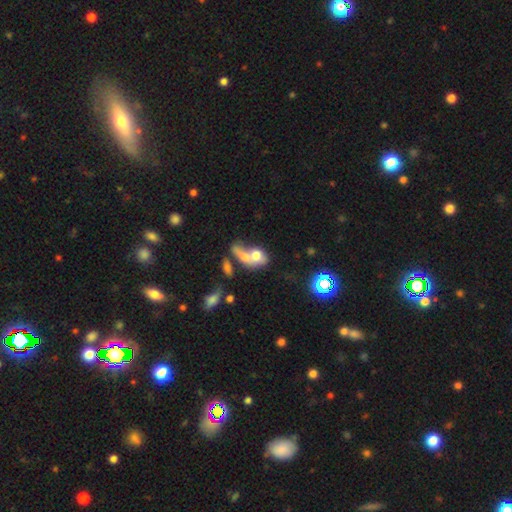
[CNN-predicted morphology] smooth 62%, featured or disk 26%, star or artifact 12%. Down the decision tree: how rounded — in between (66%); merging — merger (66%).